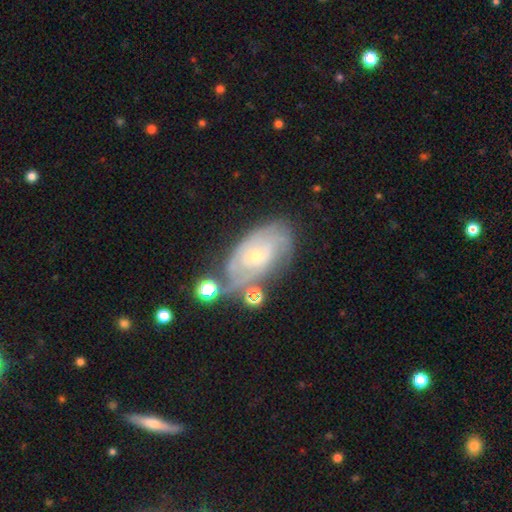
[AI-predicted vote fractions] A featured or disk galaxy (80%) with no bar (69%), tight (64%) spiral arms (91%) and a small central bulge (68%). Merging: none (51%).